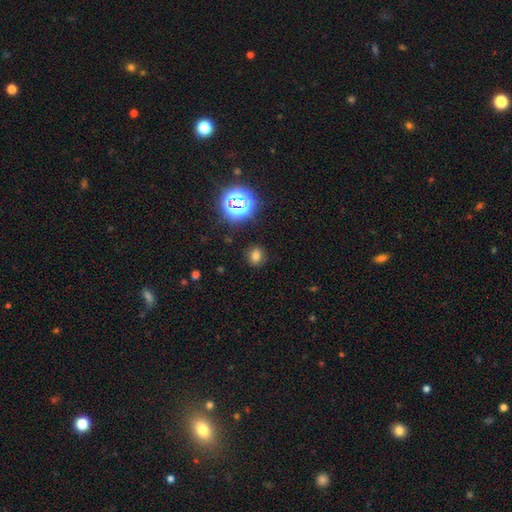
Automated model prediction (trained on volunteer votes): A smooth galaxy with no disk features (70%) that is round (71%). Merging: none (87%).